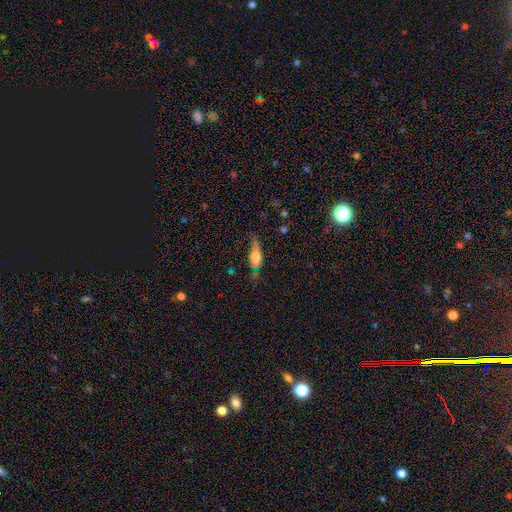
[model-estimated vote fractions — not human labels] smooth-or-featured: featured or disk: 46% | smooth: 44% | star or artifact: 10%
  merging: none: 58% | minor disturbance: 27% | major disturbance: 11% | merger: 3%